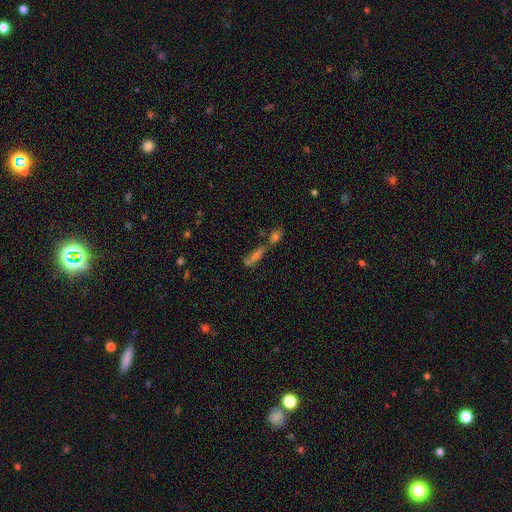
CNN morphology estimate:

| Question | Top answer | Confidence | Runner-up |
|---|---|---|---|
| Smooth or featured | smooth | 44% | featured or disk (29%) |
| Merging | merger | 52% | none (30%) |